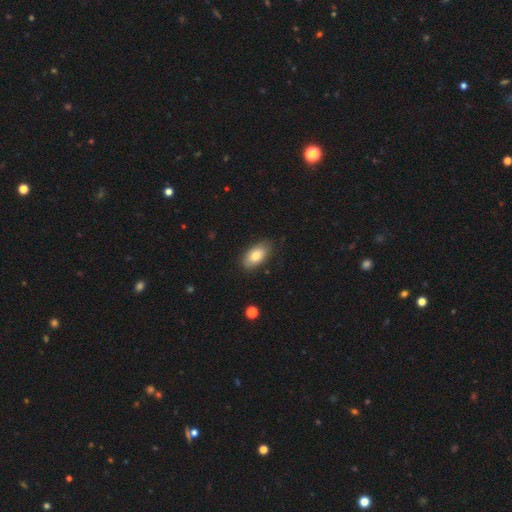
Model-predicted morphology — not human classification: The model was most divided on "smooth or featured": smooth: 79%, featured or disk: 14%, star or artifact: 7%. More confident: how rounded — in between (93%); merging — none (81%).